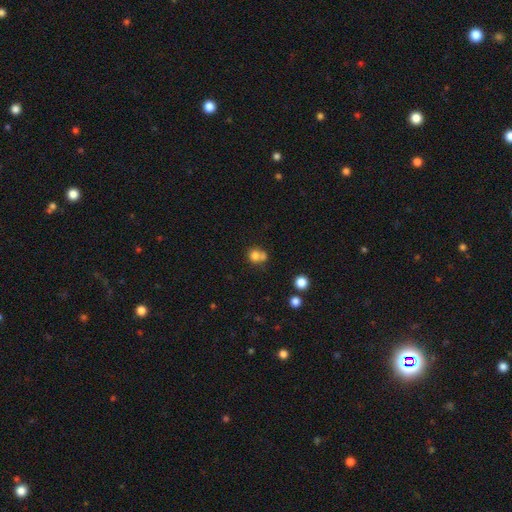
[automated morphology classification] Smooth or featured: smooth — 76% (star or artifact — 13%)
How rounded: round — 80% (in between — 19%)
Merging: none — 44% (merger — 41%)